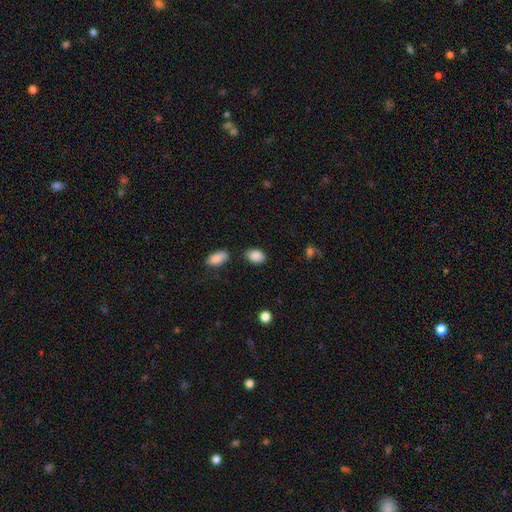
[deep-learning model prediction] This is clearly a smooth galaxy (88%). How rounded: clearly in between (87%). Merging: likely none (76%).